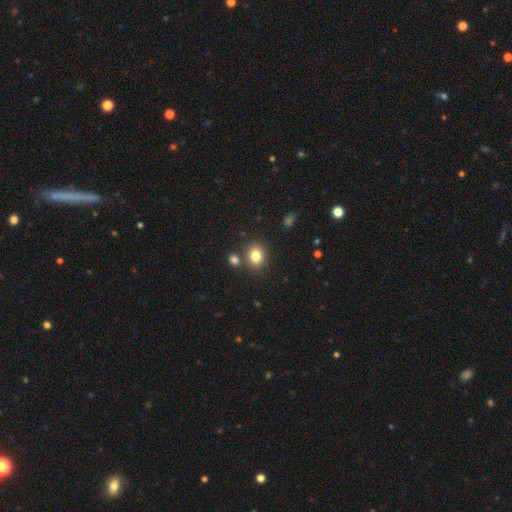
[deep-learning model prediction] smooth_or_featured: smooth (p=0.81) [alt: star or artifact p=0.11]
how_rounded: round (p=0.61) [alt: in between p=0.38]
merging: none (p=0.77) [alt: merger p=0.11]